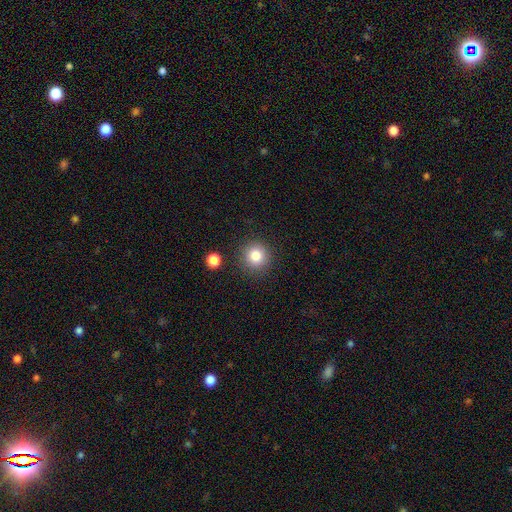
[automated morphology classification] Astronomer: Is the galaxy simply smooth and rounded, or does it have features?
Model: smooth — 82%.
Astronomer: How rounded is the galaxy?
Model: round — 93%.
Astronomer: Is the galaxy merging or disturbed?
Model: none — 87%.